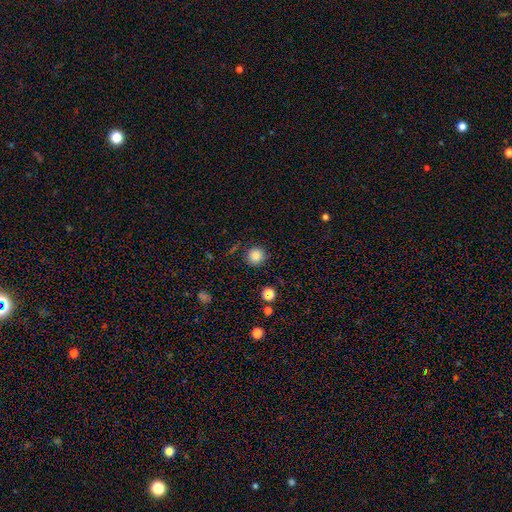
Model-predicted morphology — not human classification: Overall: smooth (85%). How rounded: round (93%). Merging: none (86%).